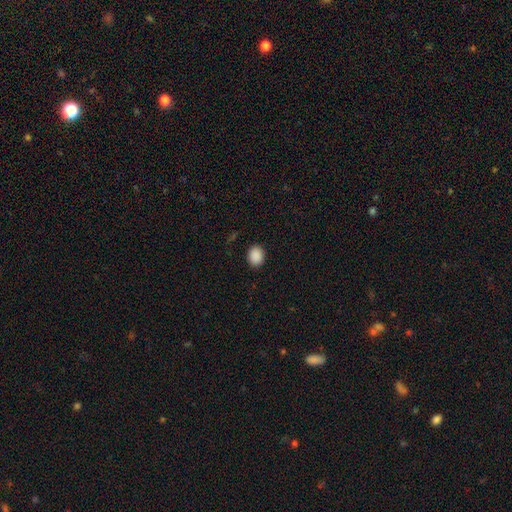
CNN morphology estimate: Smooth or featured? Predicted: smooth (p=0.90). How rounded? Predicted: in between (p=0.55). Merging? Predicted: none (p=0.90).